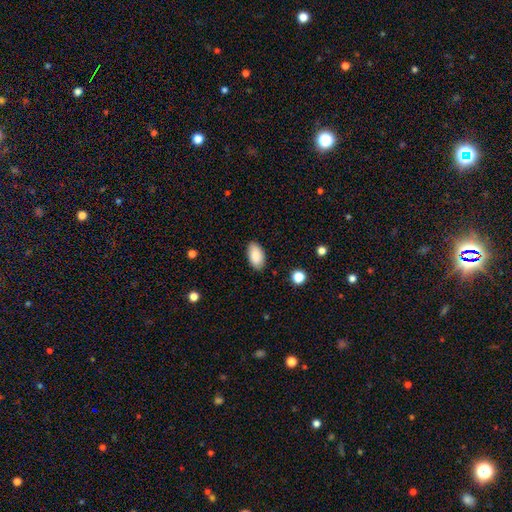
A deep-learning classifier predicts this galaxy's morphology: smooth 88%, star or artifact 7%, featured or disk 5%. Down the decision tree: how rounded — in between (95%); merging — none (87%).